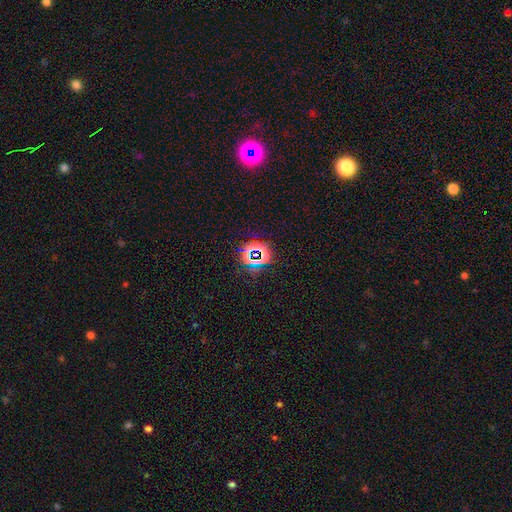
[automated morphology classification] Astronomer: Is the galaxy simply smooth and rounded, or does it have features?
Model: star or artifact — 77%.